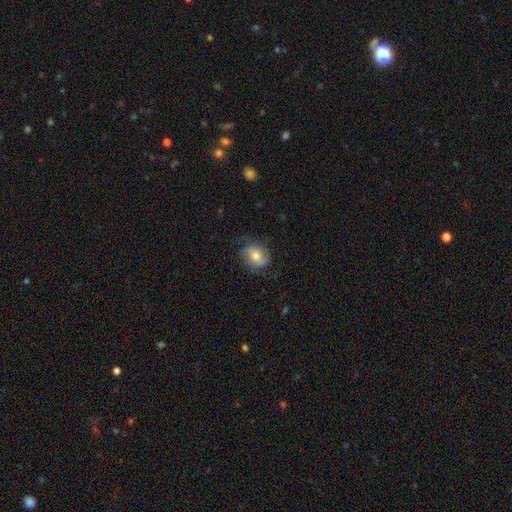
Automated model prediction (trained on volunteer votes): smooth_or_featured: featured or disk (p=0.55) [alt: smooth p=0.37]
disk_edge_on: no (p=0.97) [alt: yes p=0.03]
bar: no (p=0.66) [alt: weak p=0.28]
has_spiral_arms: yes (p=0.88) [alt: no p=0.12]
bulge_size: moderate (p=0.62) [alt: small p=0.23]
merging: none (p=0.67) [alt: minor disturbance p=0.21]